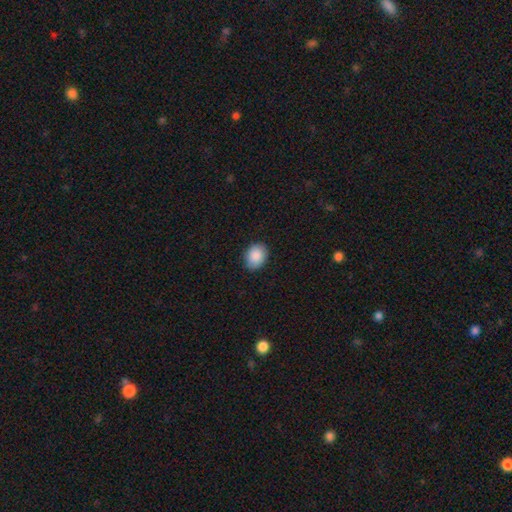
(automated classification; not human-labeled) Smooth or featured?
  - smooth: 89% *
  - star or artifact: 7%
  - featured or disk: 4%
How rounded?
  - in between: 61% *
  - round: 38%
  - cigar-shaped: 1%
Merging?
  - none: 86% *
  - minor disturbance: 11%
  - major disturbance: 2%
  - merger: 1%